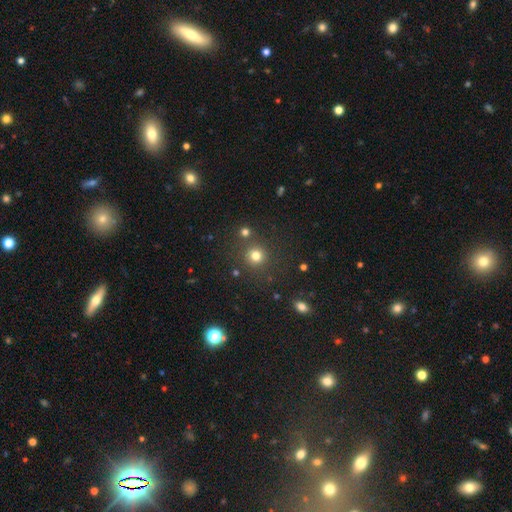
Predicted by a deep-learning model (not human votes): This is likely a smooth galaxy (77%). How rounded: clearly round (93%). Merging: clearly none (82%).